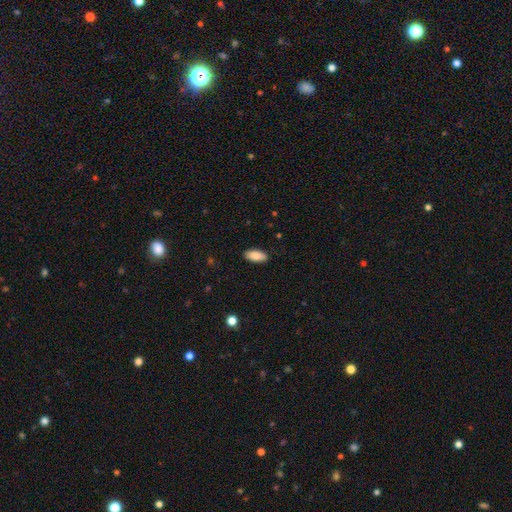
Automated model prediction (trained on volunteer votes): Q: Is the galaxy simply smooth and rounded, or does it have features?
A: smooth — 88%.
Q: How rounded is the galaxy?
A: in between — 90%.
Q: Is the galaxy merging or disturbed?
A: none — 88%.